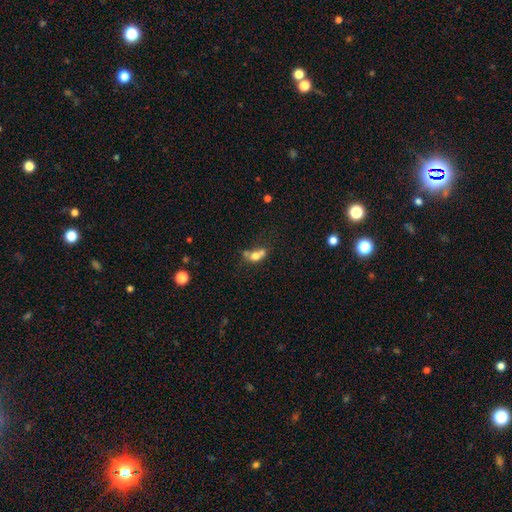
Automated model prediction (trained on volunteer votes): Smooth or featured? Predicted: smooth (p=0.65). How rounded? Predicted: in between (p=0.62). Merging? Predicted: merger (p=0.50).